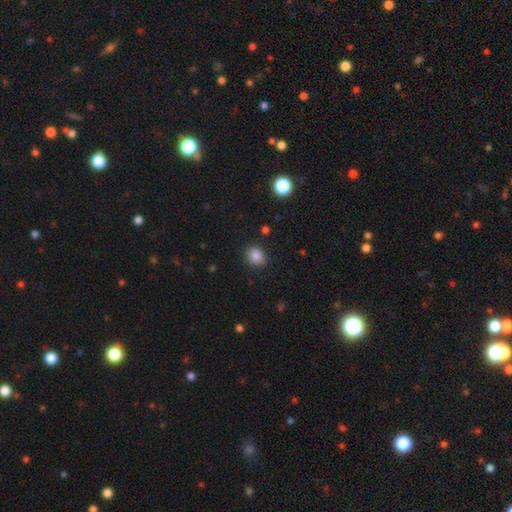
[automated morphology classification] A smooth galaxy with no disk features (85%) that is round (59%). Merging: none (86%).